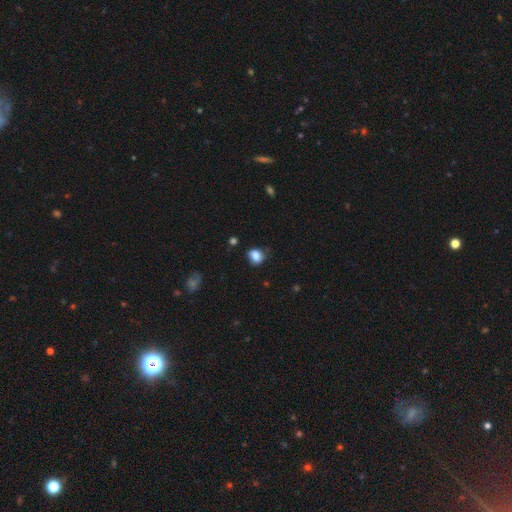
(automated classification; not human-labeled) Q: Smooth or featured?
A: smooth (84%); runner-up: star or artifact (10%)
Q: How rounded?
A: round (53%); runner-up: in between (46%)
Q: Merging?
A: none (60%); runner-up: minor disturbance (29%)